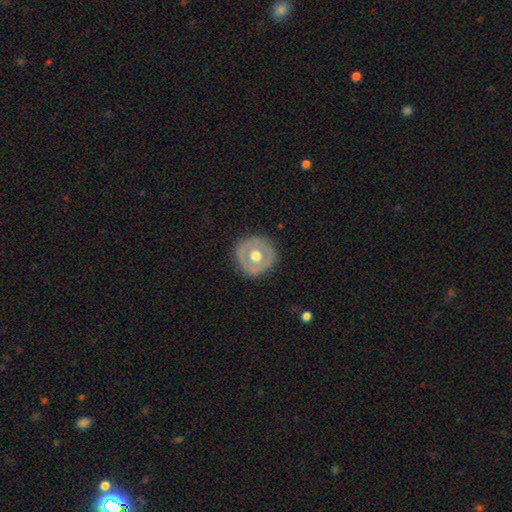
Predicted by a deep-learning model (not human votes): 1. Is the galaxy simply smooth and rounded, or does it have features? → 51% featured or disk, 44% smooth, 6% star or artifact.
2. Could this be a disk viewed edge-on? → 94% no, 6% yes.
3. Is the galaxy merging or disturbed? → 86% none, 10% minor disturbance, 3% major disturbance, 1% merger.